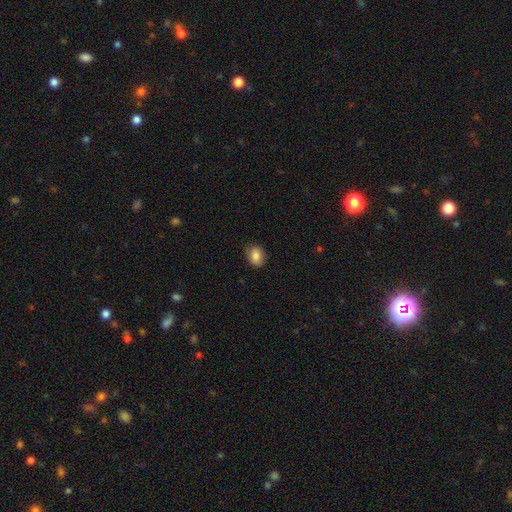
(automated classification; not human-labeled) smooth 84%, star or artifact 8%, featured or disk 8%. Down the decision tree: how rounded — in between (58%); merging — none (85%).